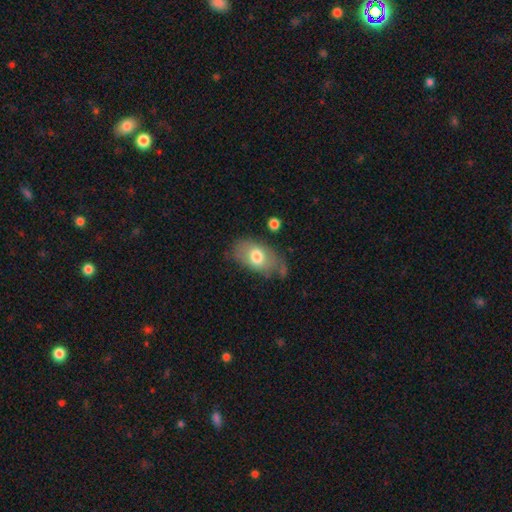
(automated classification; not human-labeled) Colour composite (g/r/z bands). It shows a smooth galaxy with no disk features (69%) that is in between round and cigar-shaped (90%). Merging: none (59%).